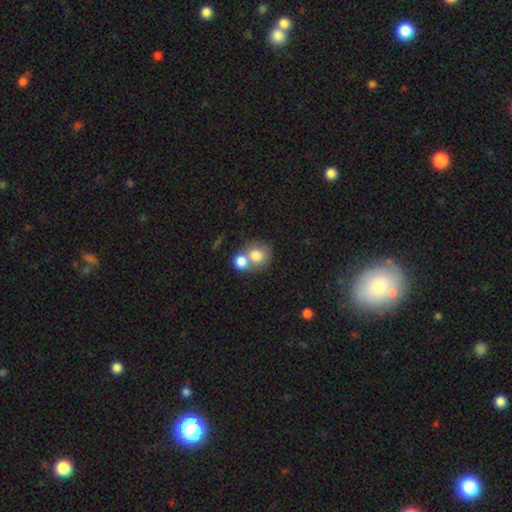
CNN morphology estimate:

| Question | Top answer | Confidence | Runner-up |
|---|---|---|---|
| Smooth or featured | smooth | 77% | featured or disk (15%) |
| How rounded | round | 80% | in between (19%) |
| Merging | merger | 58% | none (32%) |